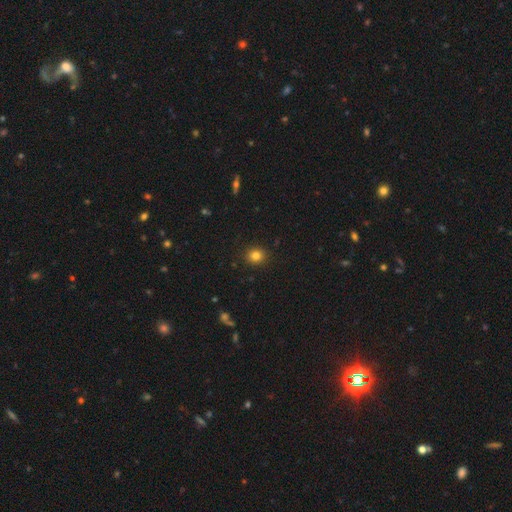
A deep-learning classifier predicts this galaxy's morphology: Q: Smooth or featured?
A: smooth (82%); runner-up: star or artifact (12%)
Q: How rounded?
A: round (77%); runner-up: in between (22%)
Q: Merging?
A: none (90%); runner-up: minor disturbance (7%)